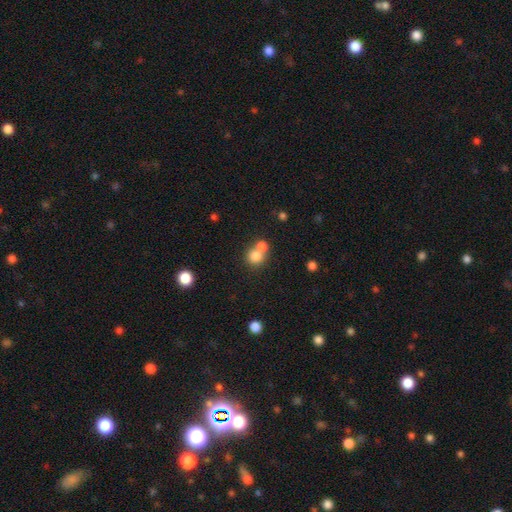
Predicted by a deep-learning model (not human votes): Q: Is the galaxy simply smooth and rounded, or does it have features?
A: smooth — 78%.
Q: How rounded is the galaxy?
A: round — 85%.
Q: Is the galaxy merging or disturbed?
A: merger — 50%.